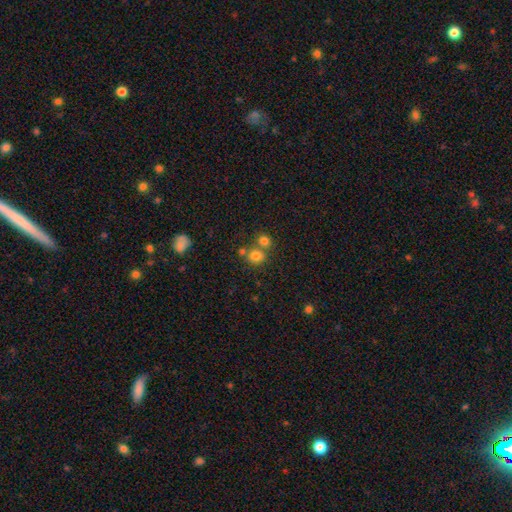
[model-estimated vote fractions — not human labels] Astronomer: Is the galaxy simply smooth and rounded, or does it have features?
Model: smooth — 78%.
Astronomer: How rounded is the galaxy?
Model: round — 76%.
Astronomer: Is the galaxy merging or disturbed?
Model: none — 56% (runner-up: merger, 32%).